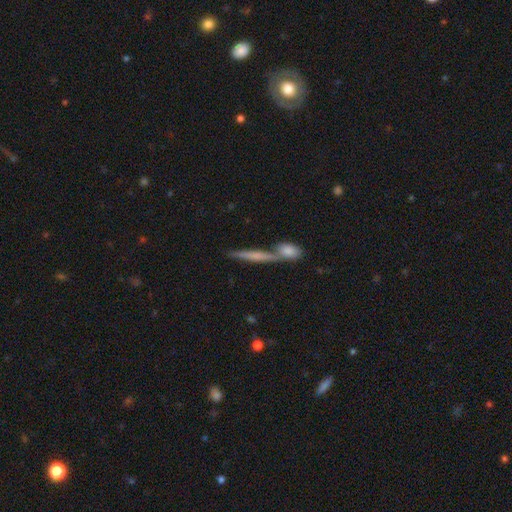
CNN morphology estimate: Smooth or featured? Predicted: smooth (p=0.49). Merging? Predicted: none (p=0.53).